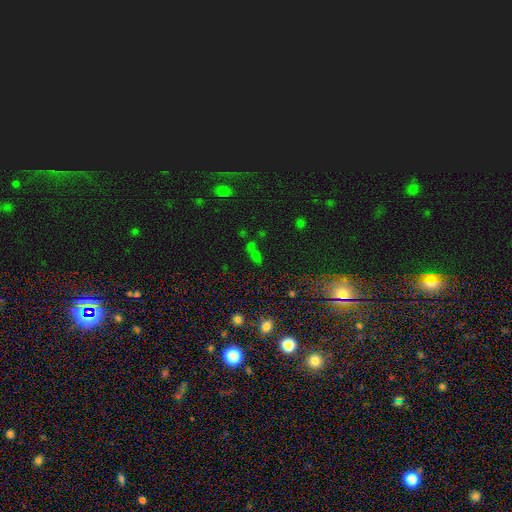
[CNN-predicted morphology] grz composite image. It shows a smooth galaxy with no disk features (50%). Merging: merger (44%).